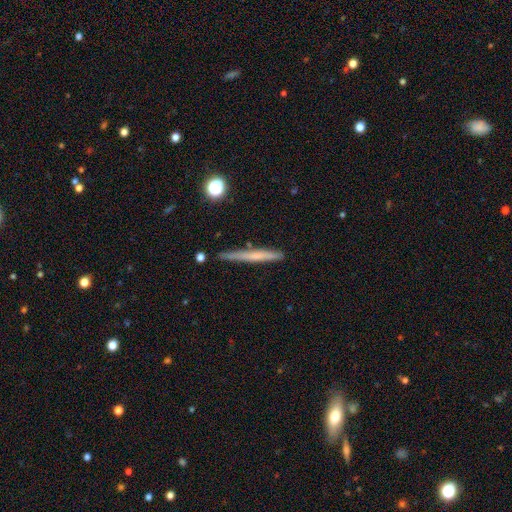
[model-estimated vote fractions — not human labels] A smooth galaxy with no disk features (51%) that is cigar-shaped (96%).

Vote fractions:
- Smooth or featured? smooth: 51% / featured or disk: 42% / star or artifact: 7%
- How rounded? cigar-shaped: 96% / in between: 3% / round: 2%
- Merging? none: 81% / minor disturbance: 14% / merger: 2% / major disturbance: 2%